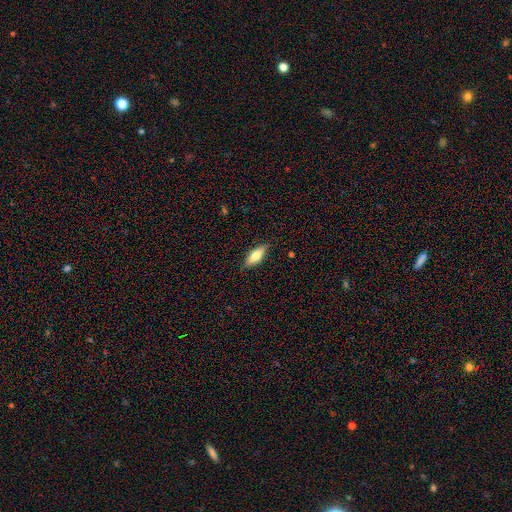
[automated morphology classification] This is possibly a smooth galaxy (58%). How rounded: possibly in between (58%). Merging: clearly none (85%).